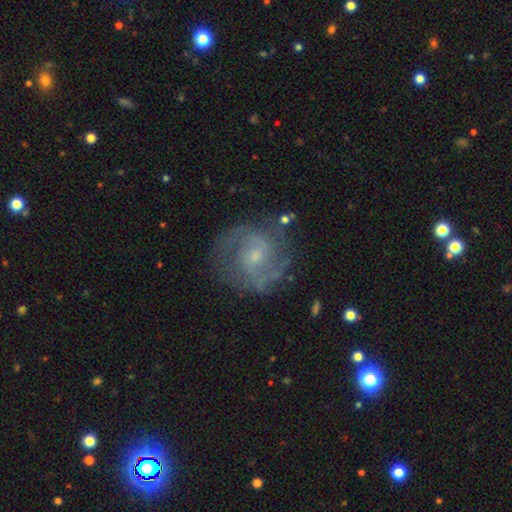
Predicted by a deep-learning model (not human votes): Overall: featured or disk (83%). Edge-on disk: no (98%). Bar: no (49%; weak 44%). Spiral arms: yes (94%). Spiral arm count: 2 (72%). Spiral winding: medium (53%; tight 30%). Bulge size: small (71%). Merging: none (74%).